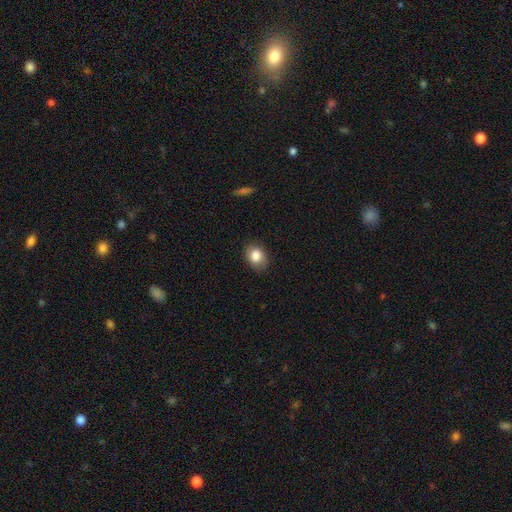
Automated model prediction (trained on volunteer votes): This is clearly a smooth galaxy (84%). How rounded: likely in between (66%). Merging: clearly none (82%).